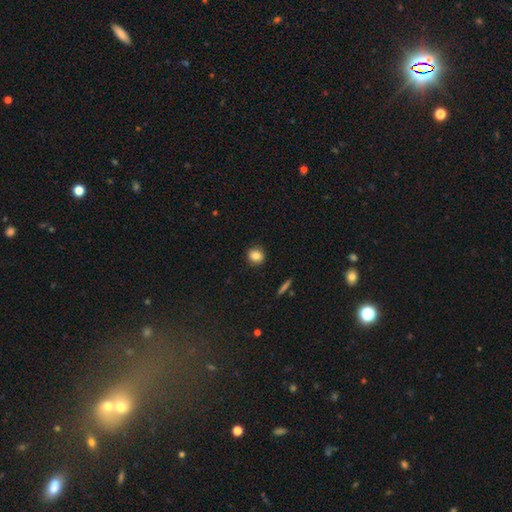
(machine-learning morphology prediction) A smooth galaxy with no disk features (84%) that is round (85%).

Vote fractions:
- Smooth or featured? smooth: 84% / star or artifact: 9% / featured or disk: 7%
- How rounded? round: 85% / in between: 13% / cigar-shaped: 1%
- Merging? none: 89% / minor disturbance: 8% / major disturbance: 2% / merger: 1%